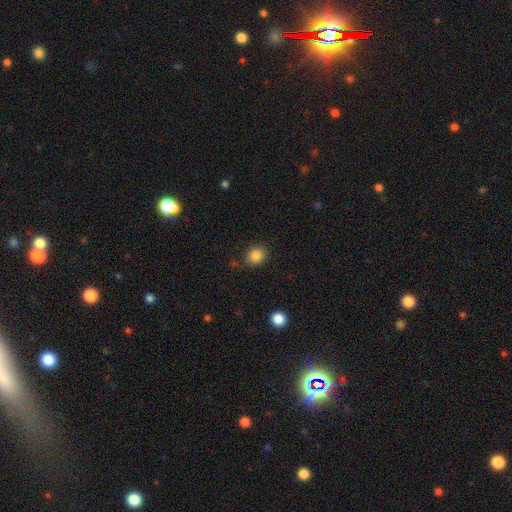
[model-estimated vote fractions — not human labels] Smooth or featured: smooth — 85% (star or artifact — 10%)
How rounded: round — 69% (in between — 30%)
Merging: none — 86% (minor disturbance — 9%)